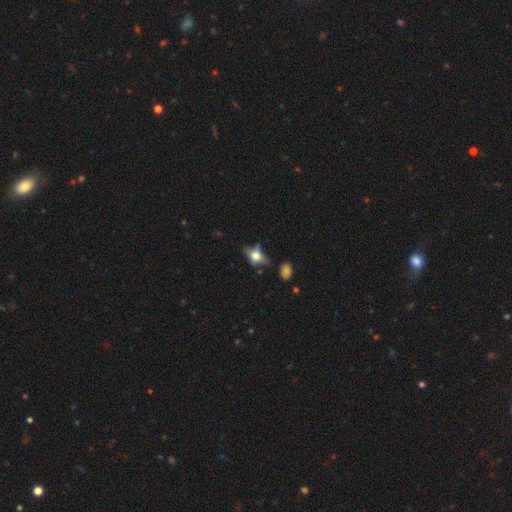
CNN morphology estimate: smooth-or-featured: smooth: 47% | featured or disk: 40% | star or artifact: 13%
  merging: none: 56% | minor disturbance: 24% | major disturbance: 14% | merger: 6%